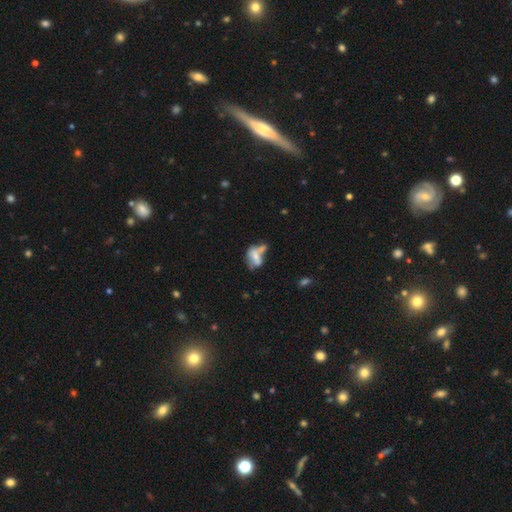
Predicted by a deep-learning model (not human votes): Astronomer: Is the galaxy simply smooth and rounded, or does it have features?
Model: smooth — 51% (runner-up: featured or disk, 38%).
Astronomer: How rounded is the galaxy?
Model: in between — 80%.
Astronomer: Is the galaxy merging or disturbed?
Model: merger — 45% (runner-up: none, 24%).